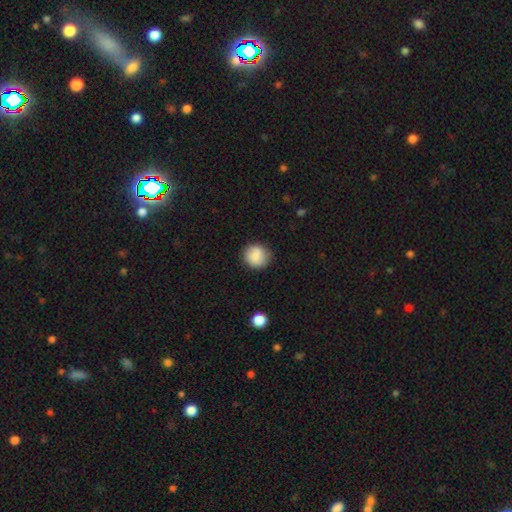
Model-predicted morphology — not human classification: Smooth or featured? Predicted: smooth (p=0.86). How rounded? Predicted: round (p=0.88). Merging? Predicted: none (p=0.84).